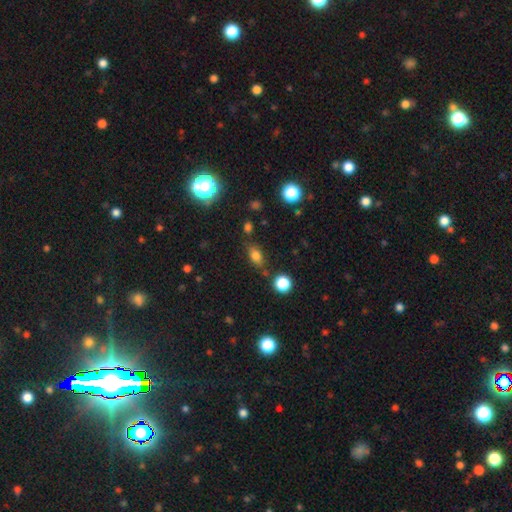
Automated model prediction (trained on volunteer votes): Overall: smooth (77%). How rounded: in between (77%). Merging: none (74%).